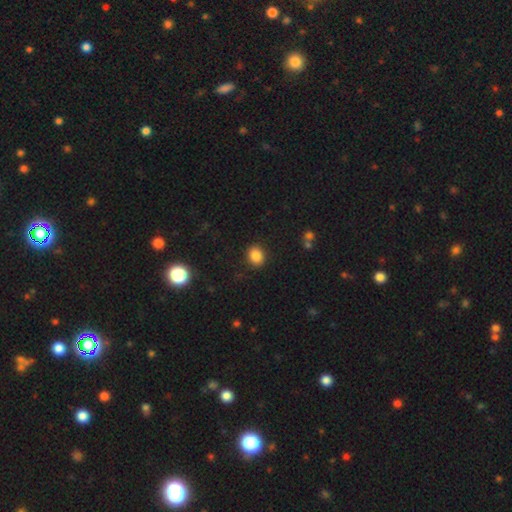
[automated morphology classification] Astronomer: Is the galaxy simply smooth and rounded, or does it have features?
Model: smooth — 85%.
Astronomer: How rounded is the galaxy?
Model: round — 49%, tied with in between at 49%.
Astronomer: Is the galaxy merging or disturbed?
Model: none — 88%.